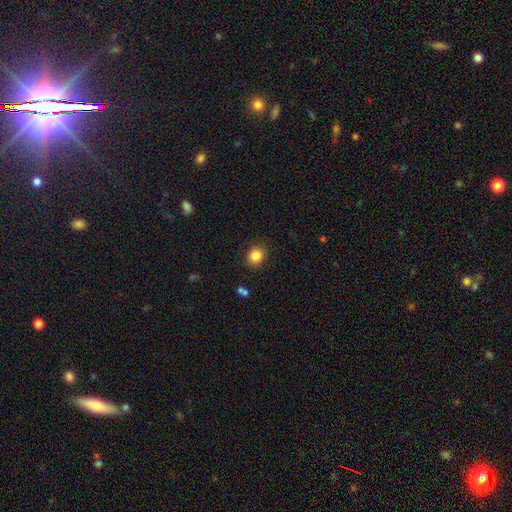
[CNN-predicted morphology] smooth-or-featured: smooth: 85% | star or artifact: 10% | featured or disk: 5%
  how-rounded: round: 76% | in between: 23% | cigar-shaped: 1%
  merging: none: 88% | minor disturbance: 8% | major disturbance: 2% | merger: 2%